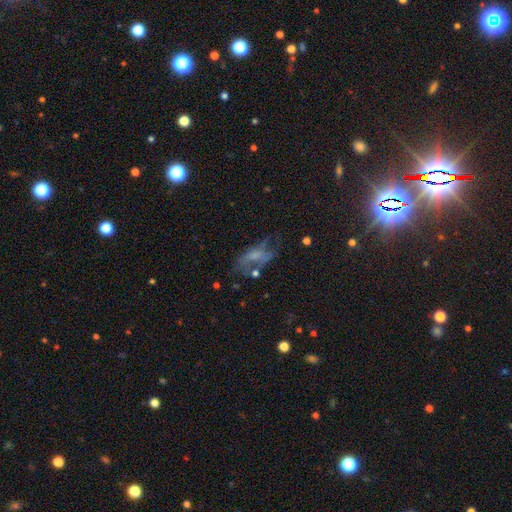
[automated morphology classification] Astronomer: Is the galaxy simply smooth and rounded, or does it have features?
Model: featured or disk — 47% (runner-up: smooth, 37%).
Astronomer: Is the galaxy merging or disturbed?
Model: none — 36% (runner-up: major disturbance, 34%).